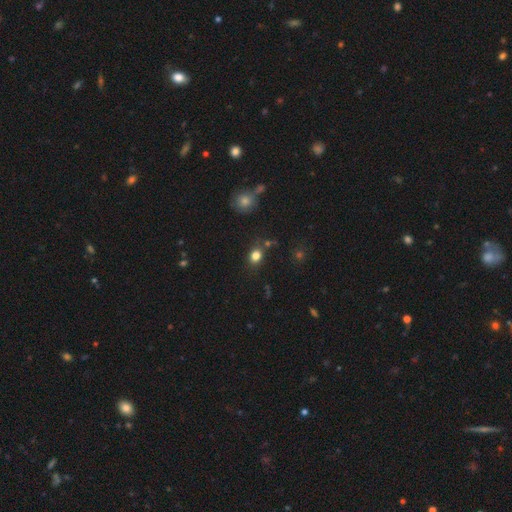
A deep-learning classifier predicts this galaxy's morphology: Smooth or featured?
  - smooth: 80% *
  - star or artifact: 13%
  - featured or disk: 6%
How rounded?
  - round: 54% *
  - in between: 45%
  - cigar-shaped: 1%
Merging?
  - none: 76% *
  - minor disturbance: 14%
  - merger: 6%
  - major disturbance: 4%